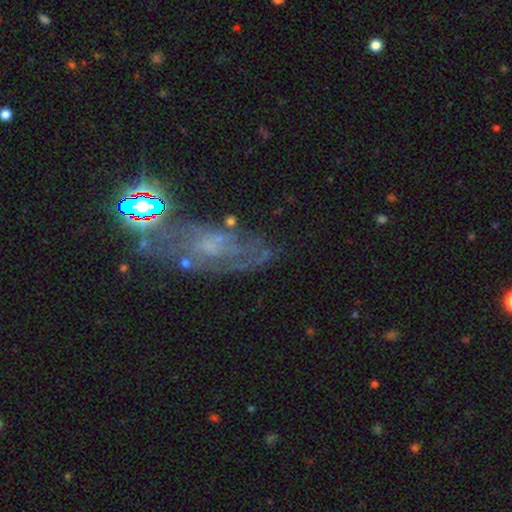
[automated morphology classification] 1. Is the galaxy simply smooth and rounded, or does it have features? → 56% featured or disk, 22% smooth, 22% star or artifact.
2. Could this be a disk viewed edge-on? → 87% no, 13% yes.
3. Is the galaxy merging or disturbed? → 57% none, 21% minor disturbance, 17% major disturbance, 5% merger.